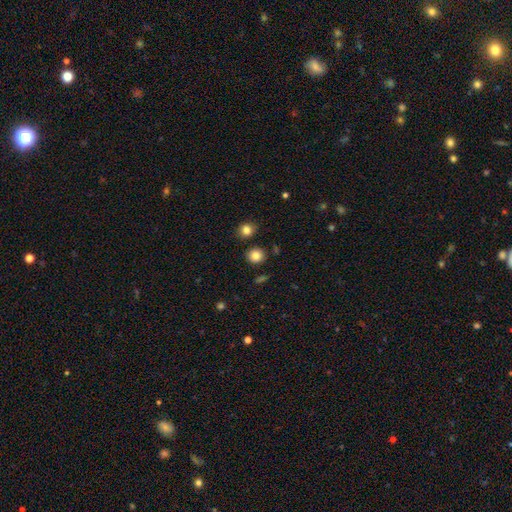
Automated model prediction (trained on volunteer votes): This appears to be a smooth galaxy with no disk features (85%) that is round (85%). Merging: none (87%).